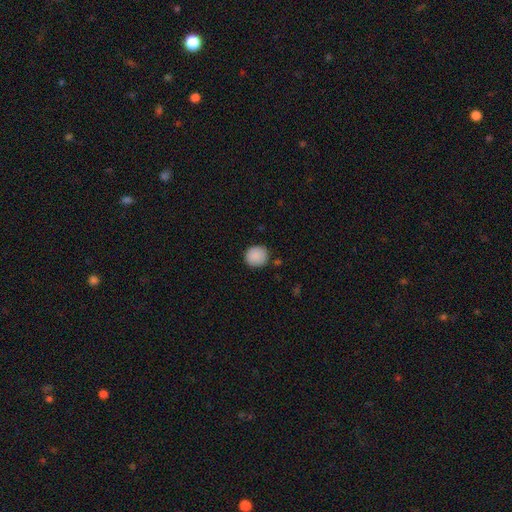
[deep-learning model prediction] Overall: smooth (89%). How rounded: round (88%). Merging: none (85%).